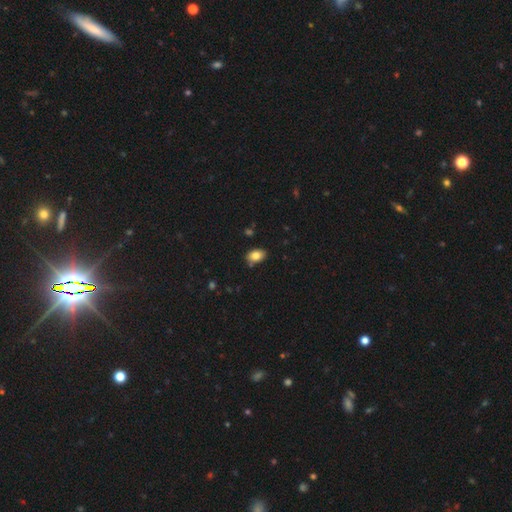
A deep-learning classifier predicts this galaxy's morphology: Q: Smooth or featured?
A: smooth (82%); runner-up: featured or disk (9%)
Q: How rounded?
A: in between (86%); runner-up: round (13%)
Q: Merging?
A: none (81%); runner-up: minor disturbance (13%)